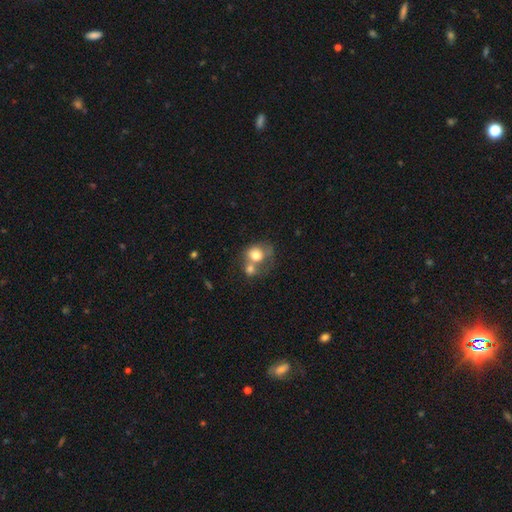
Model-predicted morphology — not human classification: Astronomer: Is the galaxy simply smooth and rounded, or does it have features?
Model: smooth — 72%.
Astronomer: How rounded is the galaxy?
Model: round — 67%.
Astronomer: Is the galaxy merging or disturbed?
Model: merger — 61%.